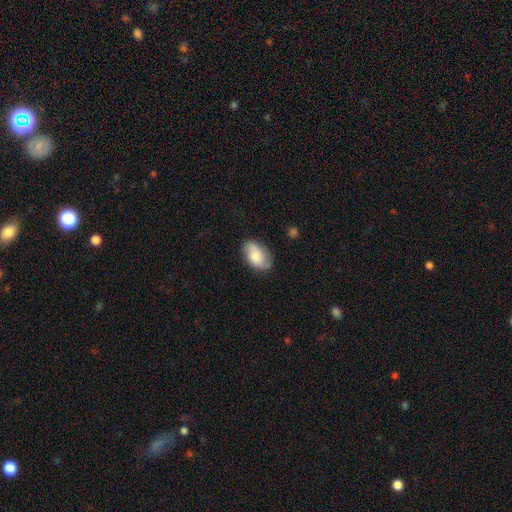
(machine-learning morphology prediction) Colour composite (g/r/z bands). It shows a smooth galaxy with no disk features (64%) that is in between round and cigar-shaped (91%). Merging: none (75%).